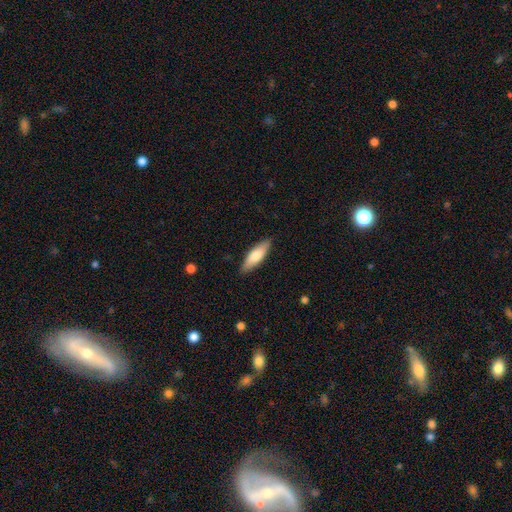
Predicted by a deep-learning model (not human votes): smooth_or_featured: smooth (p=0.74) [alt: featured or disk p=0.20]
how_rounded: in between (p=0.50) [alt: cigar-shaped p=0.49]
merging: none (p=0.88) [alt: minor disturbance p=0.09]